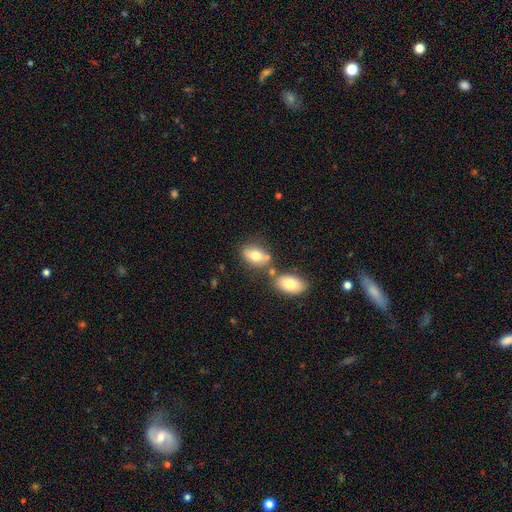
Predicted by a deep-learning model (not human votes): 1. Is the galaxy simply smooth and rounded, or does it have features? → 77% smooth, 15% featured or disk, 8% star or artifact.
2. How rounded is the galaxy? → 87% in between, 11% round, 2% cigar-shaped.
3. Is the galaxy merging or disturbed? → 56% none, 24% merger, 15% minor disturbance, 5% major disturbance.